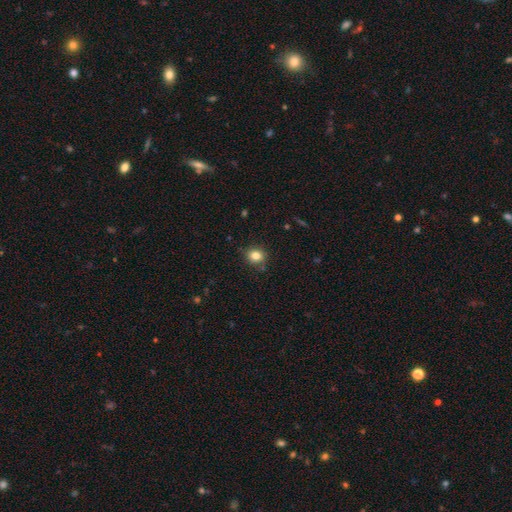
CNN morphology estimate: A smooth galaxy with no disk features (82%) that is round (73%). Merging: none (84%).